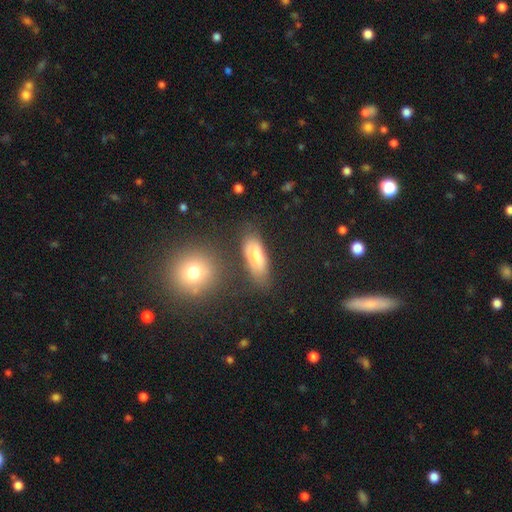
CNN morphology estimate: A smooth galaxy with no disk features (74%) that is in between round and cigar-shaped (79%).

Vote fractions:
- Smooth or featured? smooth: 74% / featured or disk: 17% / star or artifact: 9%
- How rounded? in between: 79% / cigar-shaped: 18% / round: 4%
- Merging? none: 62% / minor disturbance: 22% / merger: 8% / major disturbance: 8%